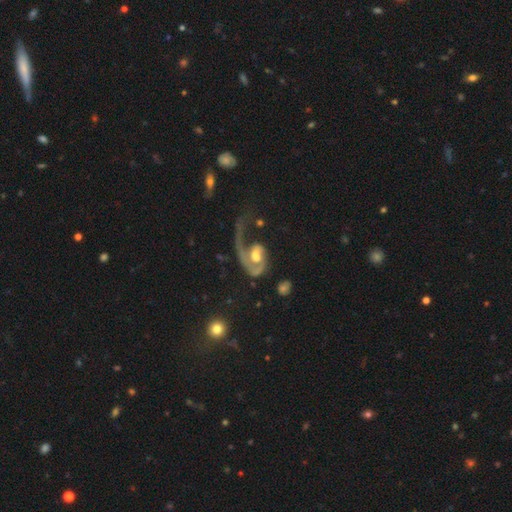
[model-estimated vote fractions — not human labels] A featured or disk galaxy (81%) with no bar (59%), 1 (84%) loose (48%) spiral arms (91%) and a moderate central bulge (55%).

Vote fractions:
- Smooth or featured? featured or disk: 81% / smooth: 14% / star or artifact: 5%
- Edge-on disk? no: 97% / yes: 3%
- Bar? no: 59% / weak: 32% / strong: 9%
- Spiral arms? yes: 91% / no: 9%
- Spiral winding? loose: 48% / medium: 30% / tight: 21%
- Spiral arm count? 1: 84% / 2: 10% / can't tell: 3% / 3: 1% / 4: 1% / more than 4: 1%
- Bulge size? moderate: 55% / large: 26% / small: 13% / none: 4% / dominant: 3%
- Merging? major disturbance: 54% / none: 26% / minor disturbance: 12% / merger: 8%